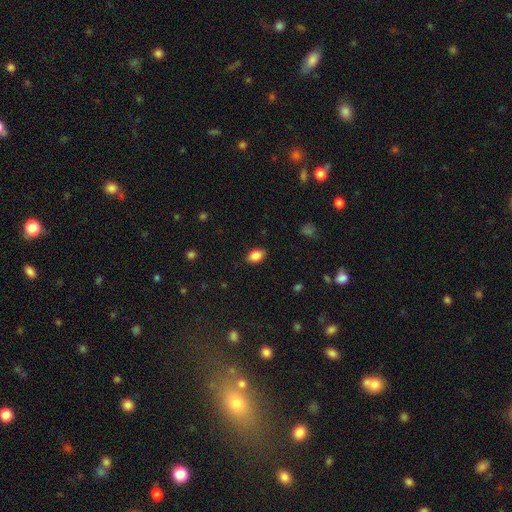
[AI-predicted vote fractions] smooth_or_featured: smooth (p=0.86) [alt: star or artifact p=0.08]
how_rounded: in between (p=0.86) [alt: round p=0.12]
merging: none (p=0.86) [alt: minor disturbance p=0.11]